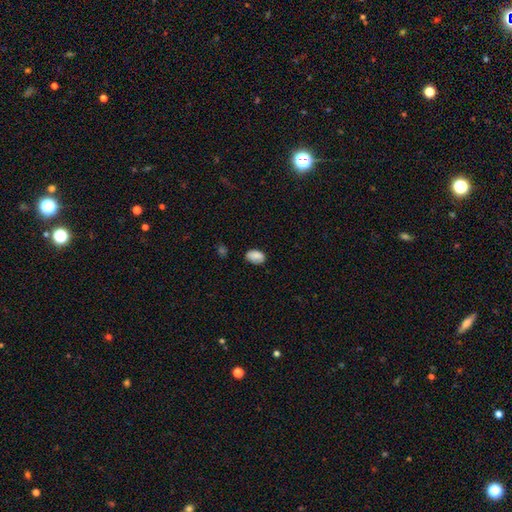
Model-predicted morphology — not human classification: smooth 85%, star or artifact 9%, featured or disk 6%. Down the decision tree: how rounded — in between (88%); merging — none (71%).